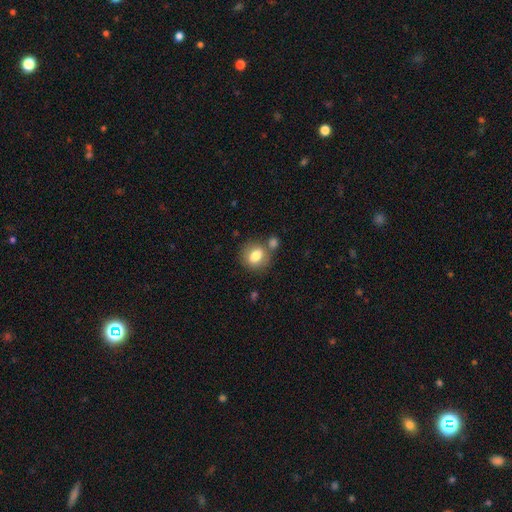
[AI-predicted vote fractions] Morphology: type=smooth (77%); roundness=round (60%); merging=none (65%).